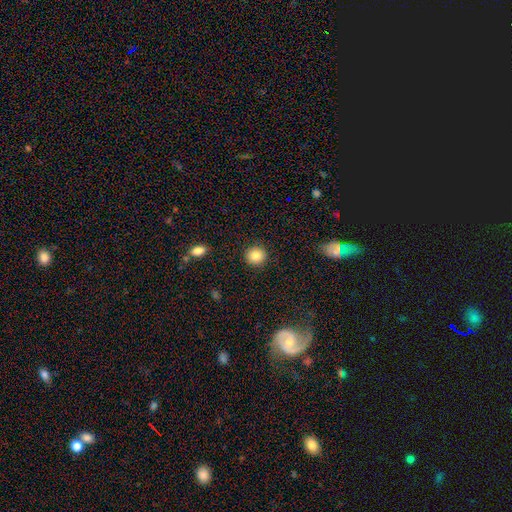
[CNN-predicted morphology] The model was most divided on "smooth or featured": smooth: 85%, star or artifact: 9%, featured or disk: 5%. More confident: merging — none (91%); how rounded — round (91%).